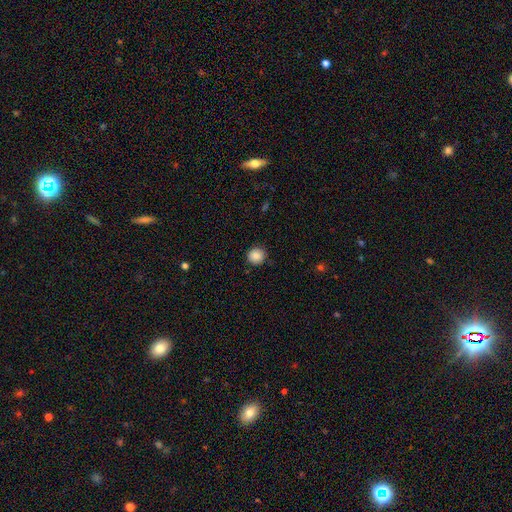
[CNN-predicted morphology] Smooth or featured? smooth (85%)
How rounded? round (93%)
Merging? none (89%)